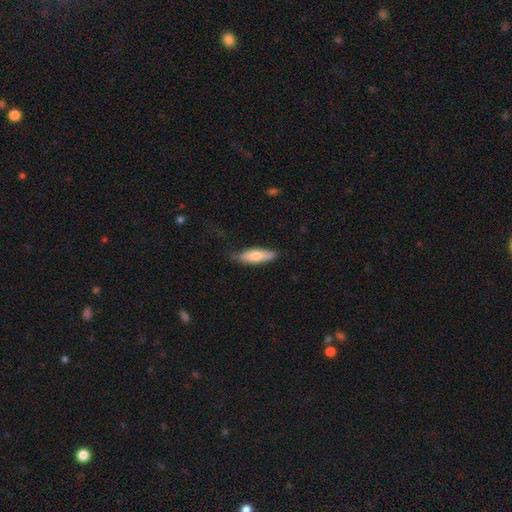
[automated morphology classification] smooth_or_featured: smooth (p=0.74) [alt: featured or disk p=0.21]
how_rounded: in between (p=0.54) [alt: cigar-shaped p=0.44]
merging: none (p=0.72) [alt: minor disturbance p=0.22]